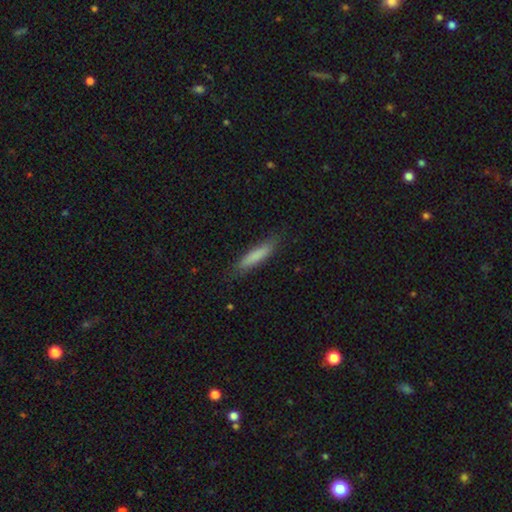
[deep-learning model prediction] Smooth or featured: smooth — 81% (featured or disk — 13%)
How rounded: cigar-shaped — 86% (in between — 13%)
Merging: none — 83% (minor disturbance — 13%)